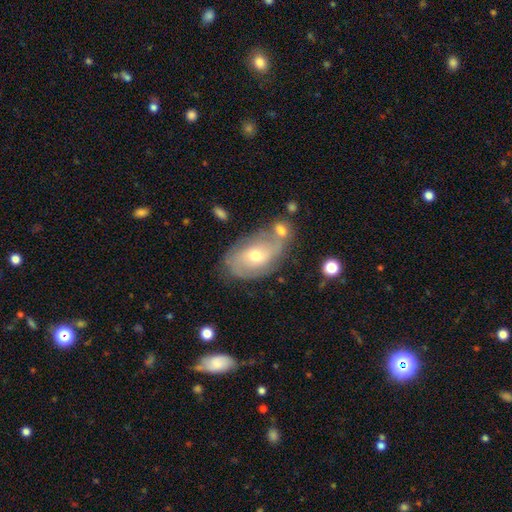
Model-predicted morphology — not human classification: This appears to be a featured or disk galaxy (63%) with no bar (63%), spiral arms (78%) and a moderate central bulge (61%). Merging: none (50%).